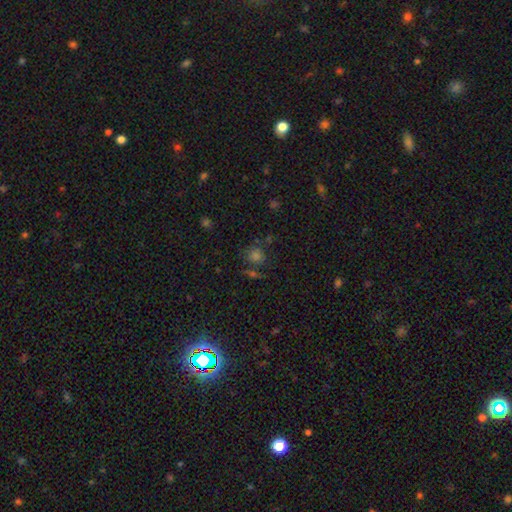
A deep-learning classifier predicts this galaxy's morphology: The model was most divided on "smooth or featured": smooth: 55%, star or artifact: 35%, featured or disk: 10%. More confident: how rounded — round (86%); merging — none (69%).